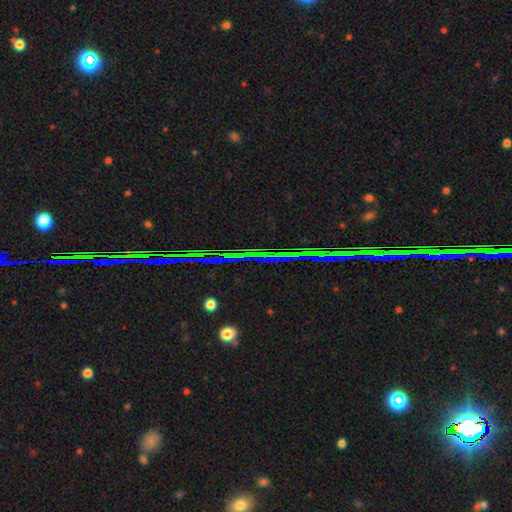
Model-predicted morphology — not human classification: The model was most divided on "smooth or featured": star or artifact: 84%, featured or disk: 9%, smooth: 7%.